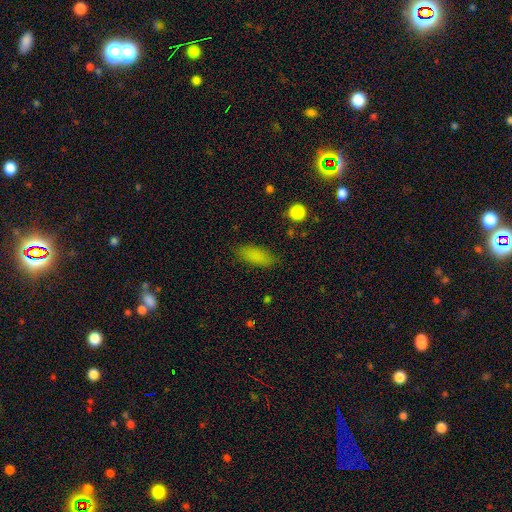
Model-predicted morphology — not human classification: smooth 84%, star or artifact 9%, featured or disk 7%. Down the decision tree: how rounded — in between (71%); merging — none (81%).